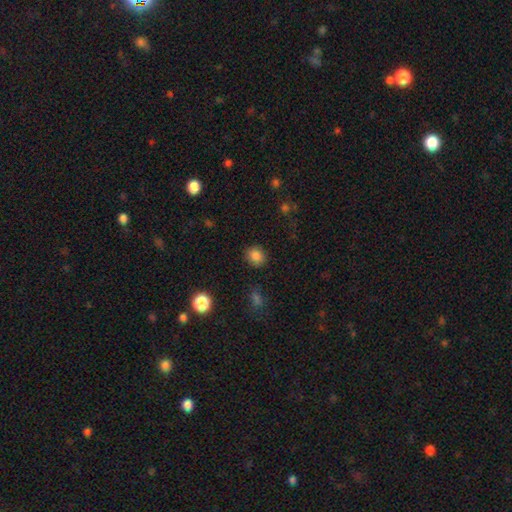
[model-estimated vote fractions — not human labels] Overall: smooth (84%). How rounded: round (78%). Merging: none (88%).